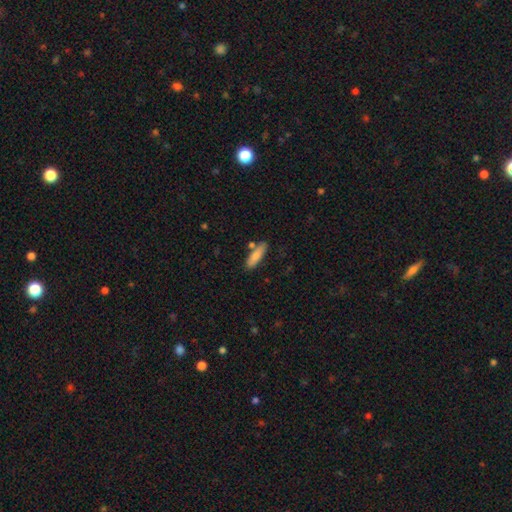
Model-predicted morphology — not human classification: Smooth or featured?
  - smooth: 84% *
  - featured or disk: 10%
  - star or artifact: 6%
How rounded?
  - cigar-shaped: 61% *
  - in between: 37%
  - round: 2%
Merging?
  - none: 77% *
  - minor disturbance: 12%
  - merger: 8%
  - major disturbance: 3%